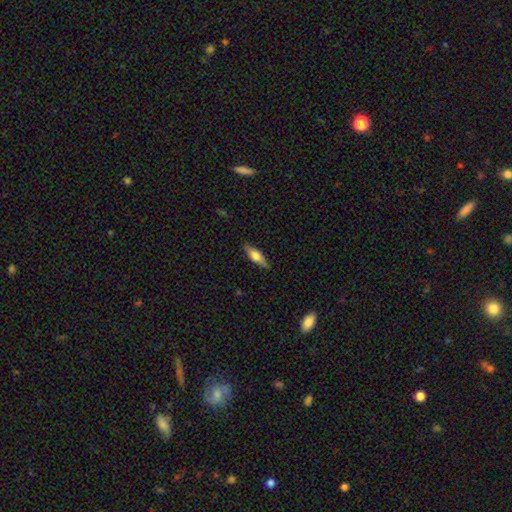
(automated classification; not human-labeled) smooth 62%, featured or disk 32%, star or artifact 6%. Down the decision tree: how rounded — in between (54%); merging — none (84%).